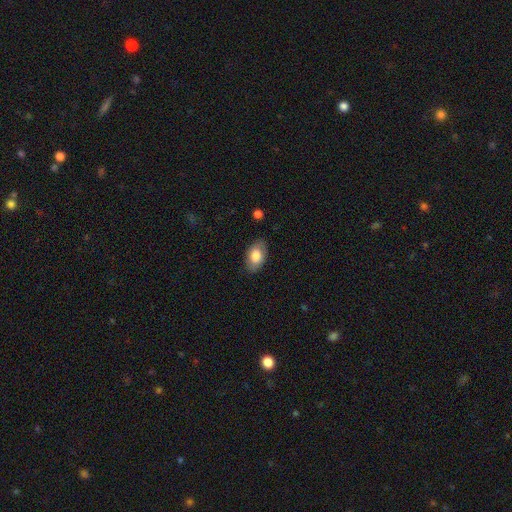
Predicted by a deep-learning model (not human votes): This appears to be a smooth galaxy with no disk features (79%) that is in between round and cigar-shaped (91%). Merging: none (82%).